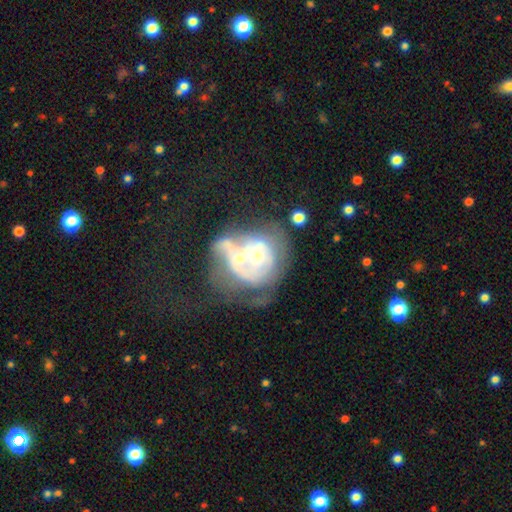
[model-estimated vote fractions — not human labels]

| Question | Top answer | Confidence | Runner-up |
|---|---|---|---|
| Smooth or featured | featured or disk | 68% | smooth (22%) |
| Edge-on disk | no | 97% | yes (3%) |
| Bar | no | 78% | weak (17%) |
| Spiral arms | no | 58% | yes (42%) |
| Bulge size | moderate | 49% | small (38%) |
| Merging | merger | 53% | major disturbance (23%) |